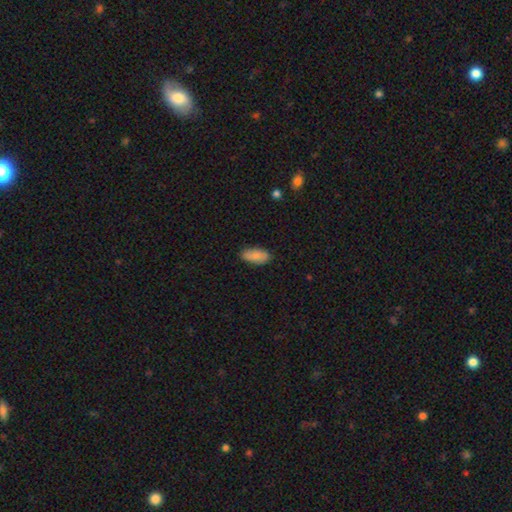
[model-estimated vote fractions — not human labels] This appears to be a smooth galaxy with no disk features (83%) that is in between round and cigar-shaped (89%). Merging: none (85%).